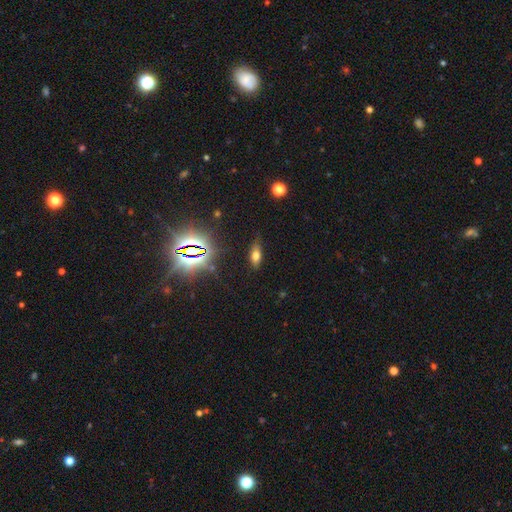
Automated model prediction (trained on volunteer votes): Morphology: type=smooth (60%); roundness=in between (75%); merging=none (79%).